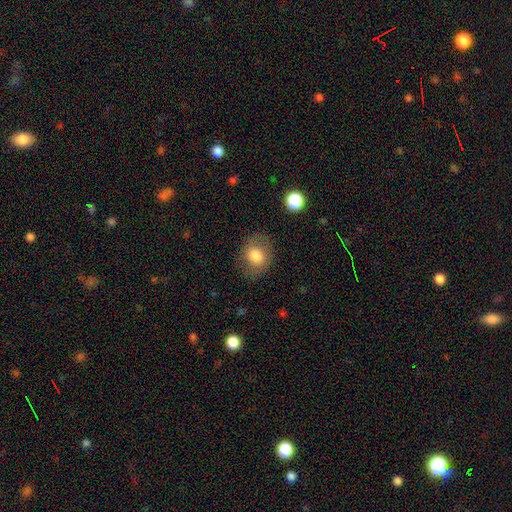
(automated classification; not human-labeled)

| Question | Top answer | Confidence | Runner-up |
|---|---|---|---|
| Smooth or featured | smooth | 77% | featured or disk (14%) |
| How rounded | round | 57% | in between (42%) |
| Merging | none | 78% | minor disturbance (14%) |